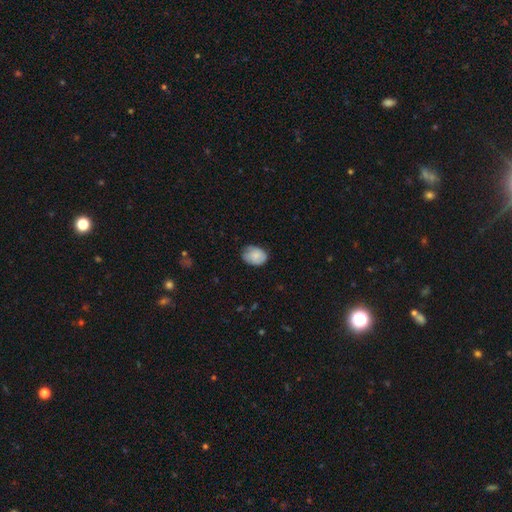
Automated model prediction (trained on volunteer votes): The model was most divided on "how rounded": in between: 67%, round: 32%, cigar-shaped: 1%. More confident: smooth or featured — smooth (73%); merging — none (69%).